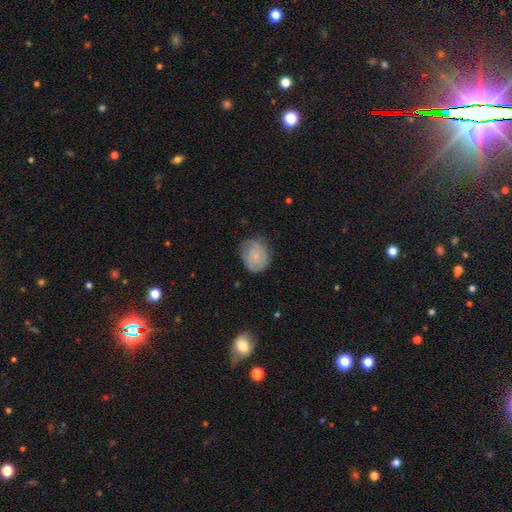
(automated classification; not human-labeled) This appears to be a smooth galaxy with no disk features (46%, tied with featured or disk). Merging: none (66%).